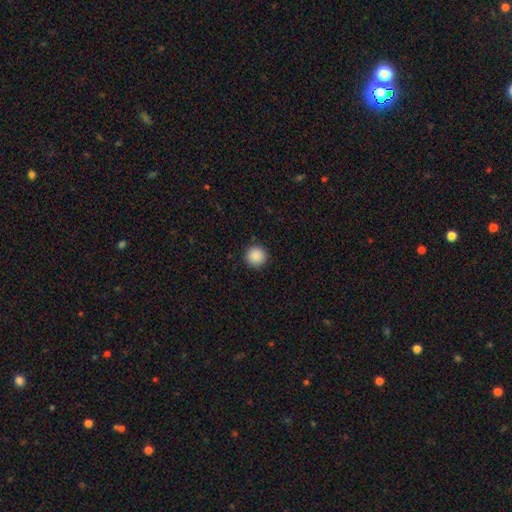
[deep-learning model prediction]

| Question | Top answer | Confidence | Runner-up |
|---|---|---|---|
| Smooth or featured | smooth | 89% | star or artifact (9%) |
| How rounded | round | 96% | in between (3%) |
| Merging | none | 92% | minor disturbance (5%) |